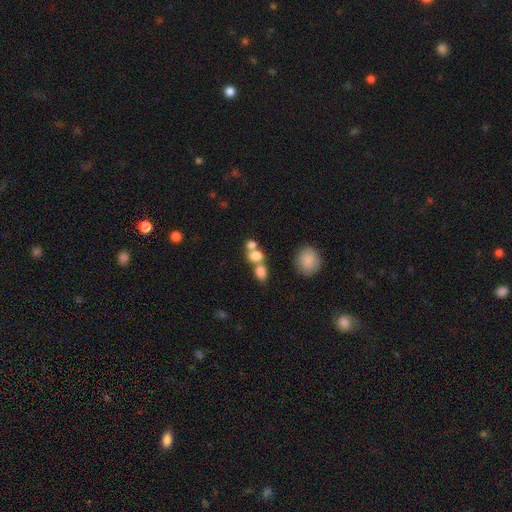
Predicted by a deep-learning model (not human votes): A smooth galaxy with no disk features (75%) that is in between round and cigar-shaped (55%). Merging: merger (57%).